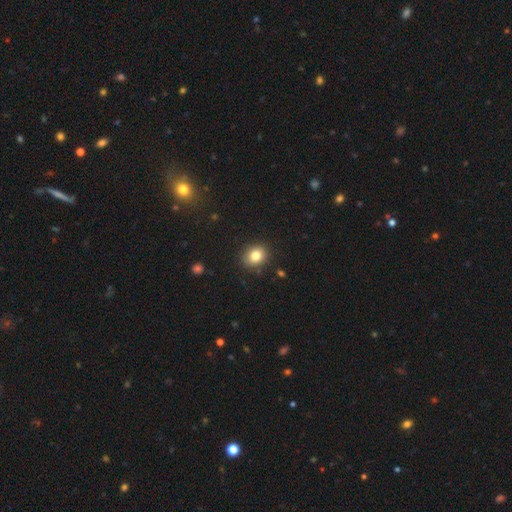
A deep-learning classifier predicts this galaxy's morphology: A smooth galaxy with no disk features (83%) that is round (63%). Merging: none (87%).